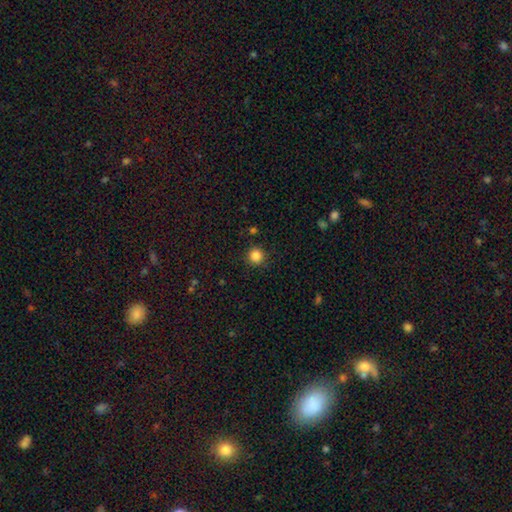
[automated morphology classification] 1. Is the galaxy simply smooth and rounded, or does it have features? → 85% smooth, 12% star or artifact, 3% featured or disk.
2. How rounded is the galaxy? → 95% round, 4% in between, 1% cigar-shaped.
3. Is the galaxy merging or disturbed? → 90% none, 6% minor disturbance, 2% major disturbance, 1% merger.